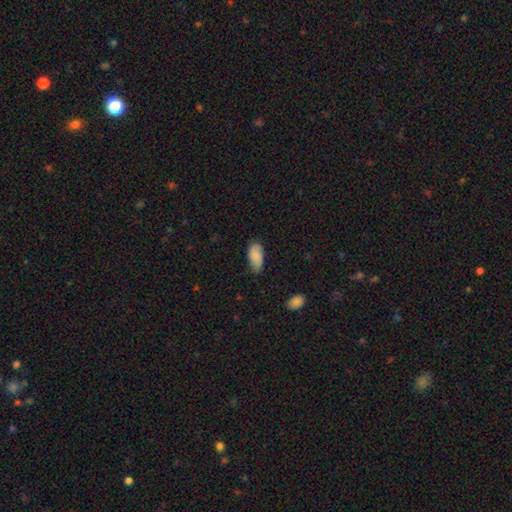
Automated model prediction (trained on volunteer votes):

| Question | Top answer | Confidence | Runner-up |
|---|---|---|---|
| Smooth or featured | smooth | 82% | featured or disk (11%) |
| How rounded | in between | 94% | cigar-shaped (4%) |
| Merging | none | 65% | minor disturbance (29%) |